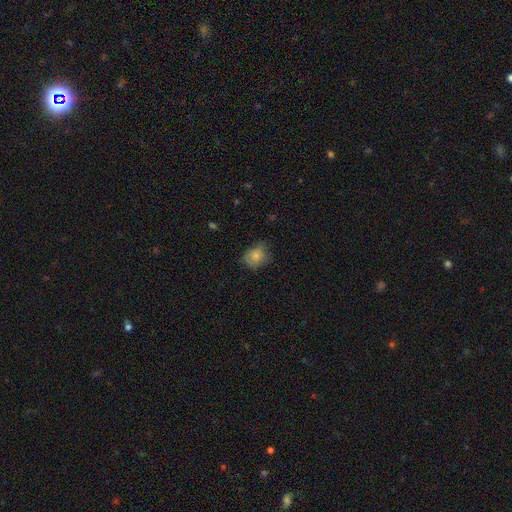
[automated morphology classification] This is likely a smooth galaxy (80%). How rounded: possibly round (57%). Merging: possibly none (58%).